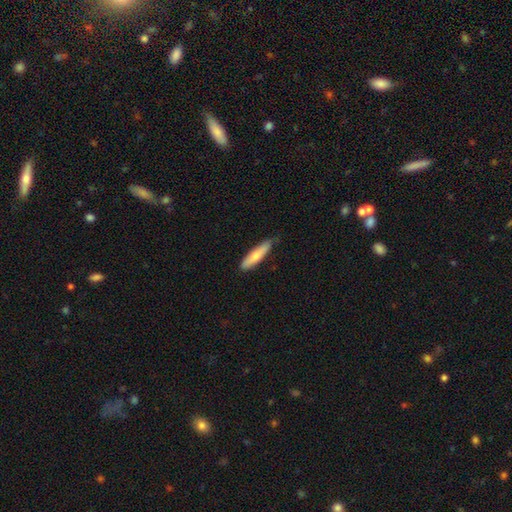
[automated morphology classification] Smooth or featured? Predicted: smooth (p=0.70). How rounded? Predicted: cigar-shaped (p=0.78). Merging? Predicted: none (p=0.78).